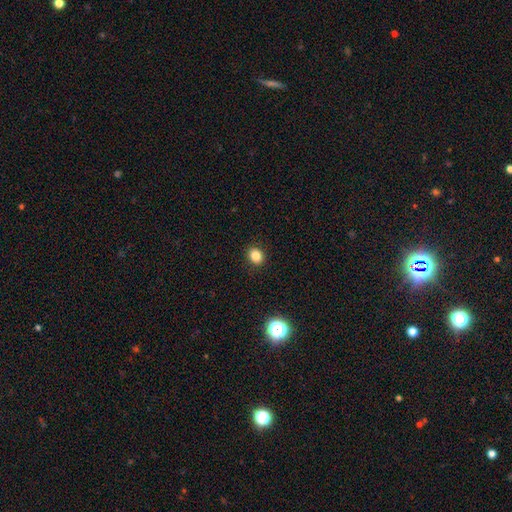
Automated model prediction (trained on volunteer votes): This is clearly a smooth galaxy (83%). How rounded: likely round (64%). Merging: clearly none (91%).